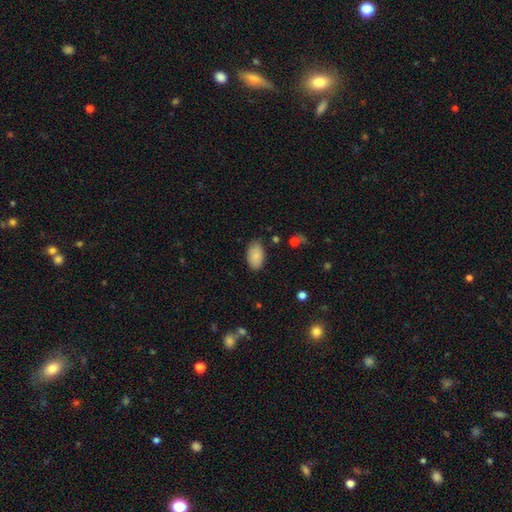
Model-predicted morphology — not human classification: The model was most divided on "merging": none: 83%, minor disturbance: 13%, major disturbance: 3%, merger: 1%. More confident: how rounded — in between (94%); smooth or featured — smooth (86%).